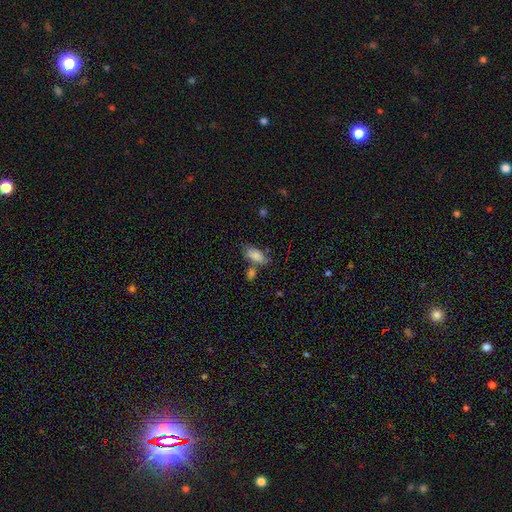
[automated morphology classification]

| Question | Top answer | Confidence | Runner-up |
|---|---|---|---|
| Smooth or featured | smooth | 83% | featured or disk (10%) |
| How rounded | in between | 88% | cigar-shaped (9%) |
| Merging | none | 57% | merger (18%) |